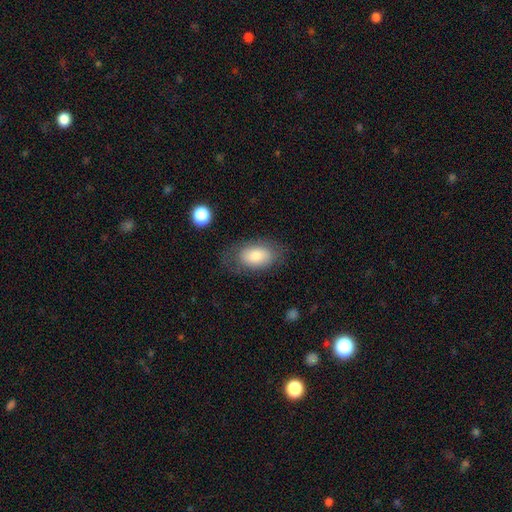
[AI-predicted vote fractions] Smooth or featured? smooth (76%)
How rounded? in between (89%)
Merging? none (71%)